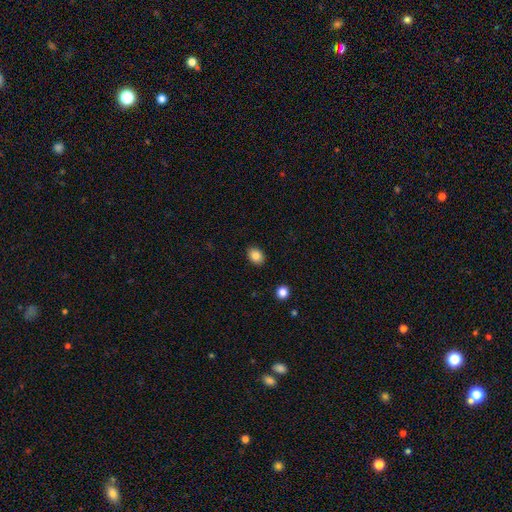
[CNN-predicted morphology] Q: Smooth or featured?
A: smooth (85%); runner-up: star or artifact (9%)
Q: How rounded?
A: in between (58%); runner-up: round (41%)
Q: Merging?
A: none (89%); runner-up: minor disturbance (7%)